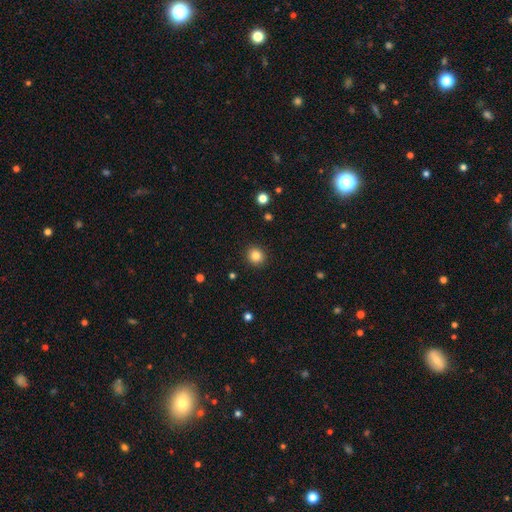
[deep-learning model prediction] This is clearly a smooth galaxy (83%). How rounded: clearly round (88%). Merging: clearly none (92%).